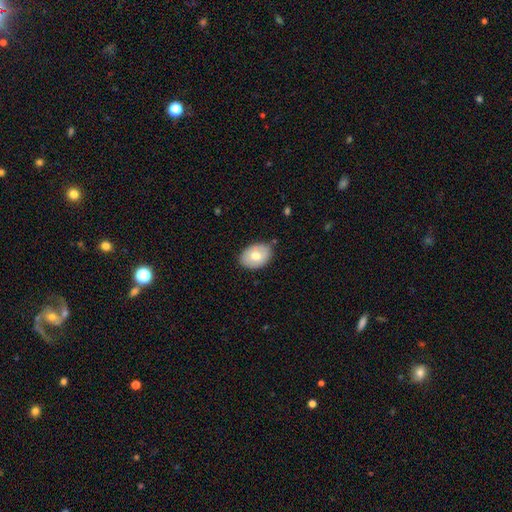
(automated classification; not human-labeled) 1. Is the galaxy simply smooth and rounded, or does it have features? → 70% smooth, 23% featured or disk, 7% star or artifact.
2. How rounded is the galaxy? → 83% in between, 16% round, 1% cigar-shaped.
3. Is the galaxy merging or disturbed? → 82% none, 13% minor disturbance, 2% major disturbance, 2% merger.